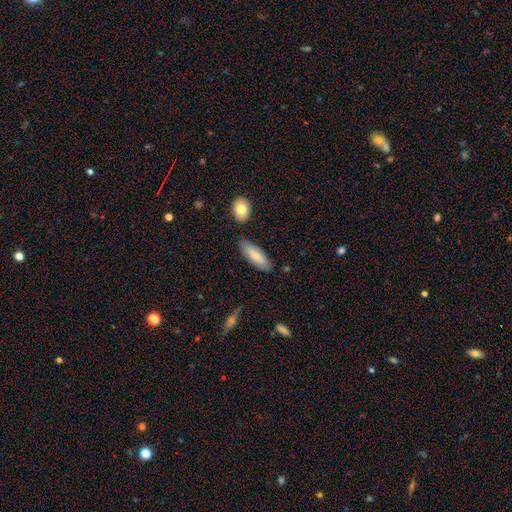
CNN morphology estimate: Smooth or featured? Predicted: smooth (p=0.78). How rounded? Predicted: in between (p=0.57). Merging? Predicted: none (p=0.80).